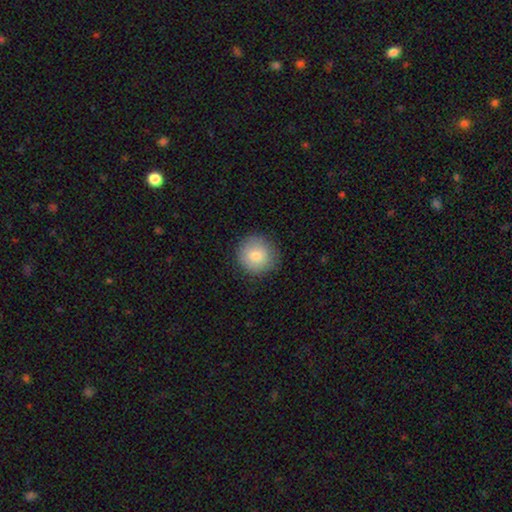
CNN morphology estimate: smooth_or_featured: smooth (p=0.83) [alt: featured or disk p=0.09]
how_rounded: round (p=0.93) [alt: in between p=0.06]
merging: none (p=0.87) [alt: minor disturbance p=0.10]